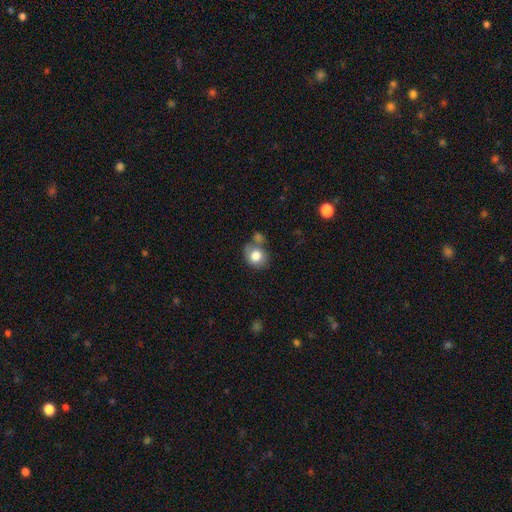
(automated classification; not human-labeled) Morphology: type=smooth (81%); roundness=round (73%); merging=none (53%).